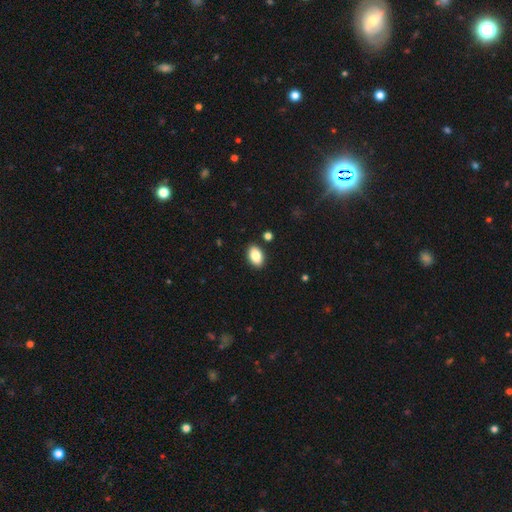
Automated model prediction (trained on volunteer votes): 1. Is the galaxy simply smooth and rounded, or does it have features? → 85% smooth, 8% star or artifact, 7% featured or disk.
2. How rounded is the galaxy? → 90% in between, 8% round, 1% cigar-shaped.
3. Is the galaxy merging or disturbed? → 89% none, 7% minor disturbance, 2% merger, 2% major disturbance.